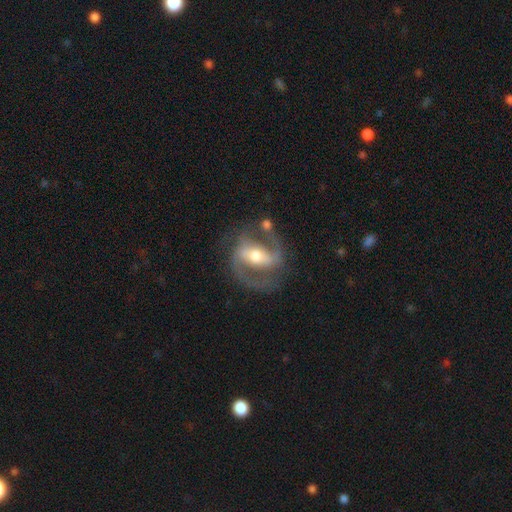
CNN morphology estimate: This appears to be a featured or disk galaxy (88%) with a strong bar (57%), 2 (90%) medium (59%) spiral arms (95%) and a moderate central bulge (66%). Merging: none (72%).